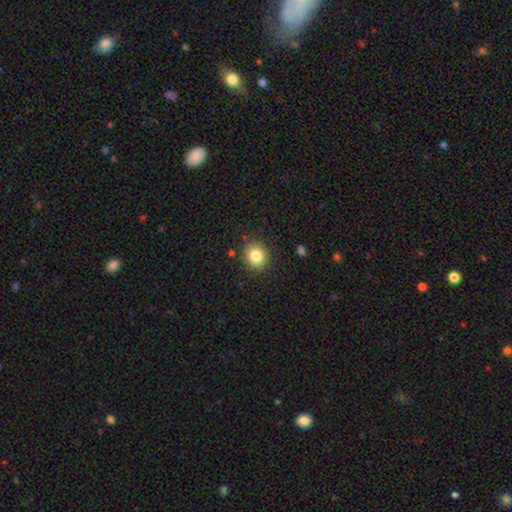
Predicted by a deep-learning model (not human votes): The model was most divided on "how rounded": round: 82%, in between: 17%, cigar-shaped: 1%. More confident: merging — none (87%); smooth or featured — smooth (82%).